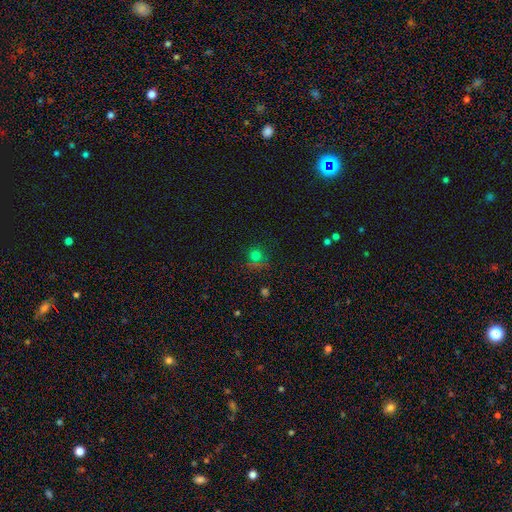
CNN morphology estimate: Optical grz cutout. It shows a smooth galaxy with no disk features (63%) that is round (89%). Merging: none (71%).